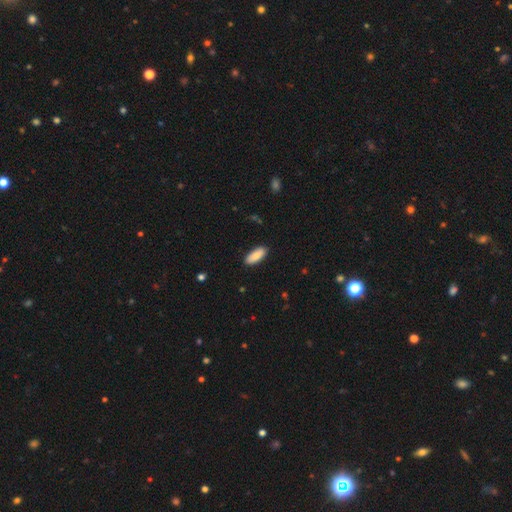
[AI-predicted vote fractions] Smooth or featured? Predicted: smooth (p=0.85). How rounded? Predicted: in between (p=0.75). Merging? Predicted: none (p=0.88).